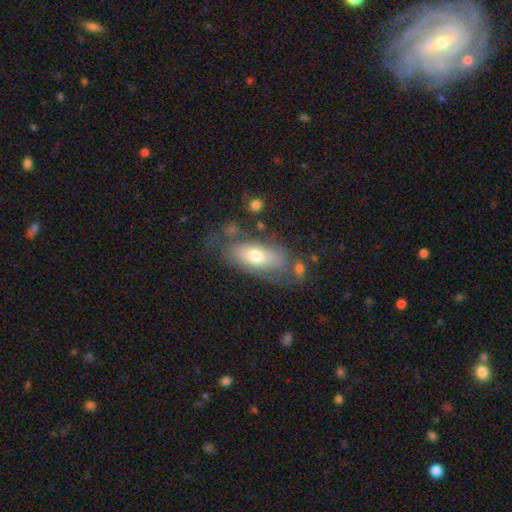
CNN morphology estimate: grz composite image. It shows a smooth galaxy with no disk features (55%) that is in between round and cigar-shaped (84%). Merging: none (56%).